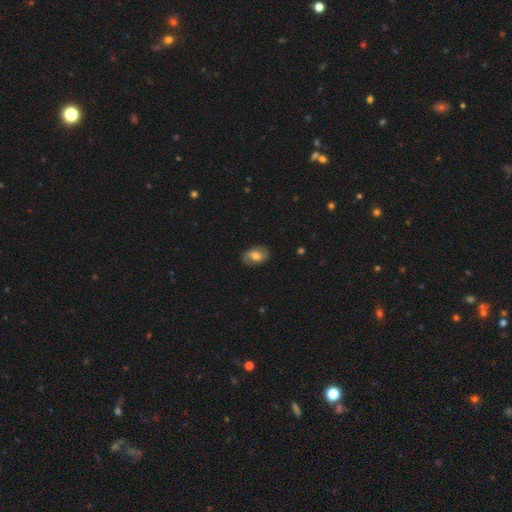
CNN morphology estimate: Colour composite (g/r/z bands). It shows a smooth galaxy with no disk features (58%) that is in between round and cigar-shaped (85%). Merging: none (82%).